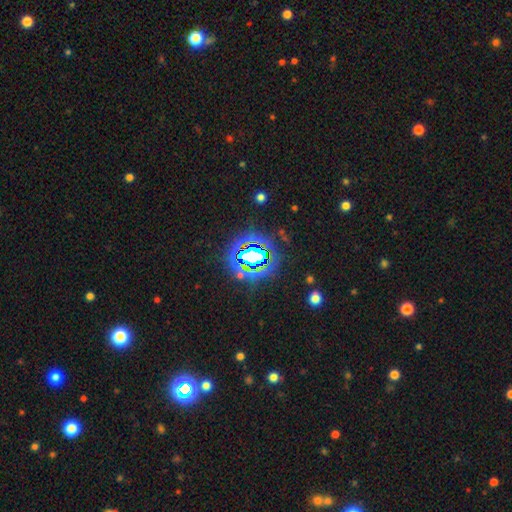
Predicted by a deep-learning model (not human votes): A star or artifact, not a galaxy (73%).

Vote fractions:
- Smooth or featured? star or artifact: 73% / smooth: 13% / featured or disk: 13%